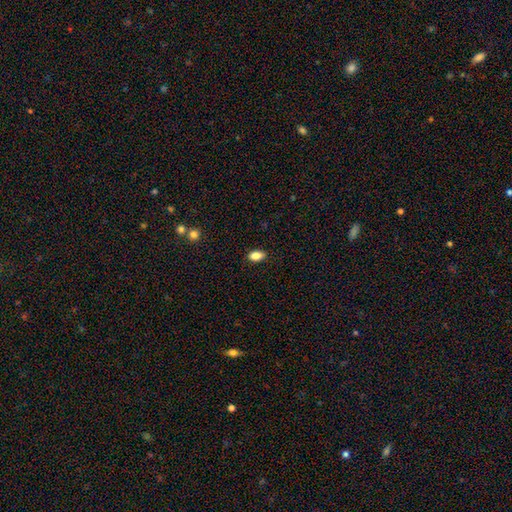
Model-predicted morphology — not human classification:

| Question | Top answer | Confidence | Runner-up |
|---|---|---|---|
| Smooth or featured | smooth | 86% | star or artifact (9%) |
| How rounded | in between | 88% | round (8%) |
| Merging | none | 88% | minor disturbance (9%) |